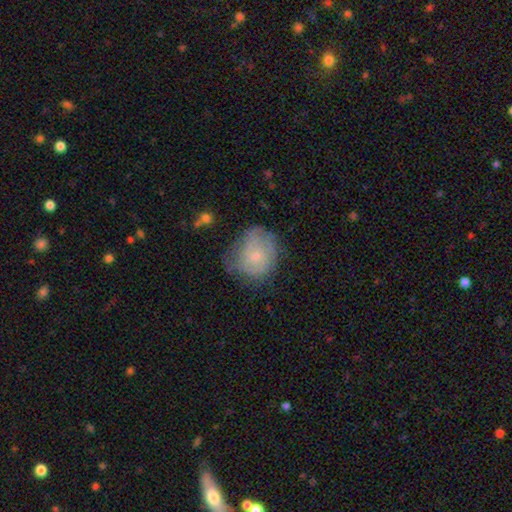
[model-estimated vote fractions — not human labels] Smooth or featured? Predicted: featured or disk (p=0.52). Edge-on disk? Predicted: no (p=0.97). Bar? Predicted: no (p=0.77). Spiral arms? Predicted: yes (p=0.75). Bulge size? Predicted: small (p=0.65). Merging? Predicted: none (p=0.56).